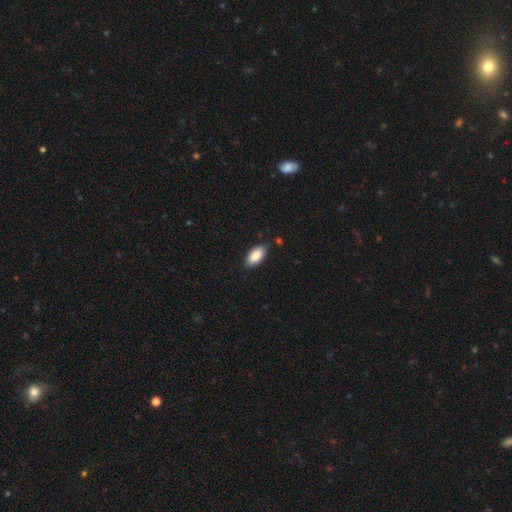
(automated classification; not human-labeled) smooth 88%, star or artifact 6%, featured or disk 6%. Down the decision tree: how rounded — in between (93%); merging — none (84%).